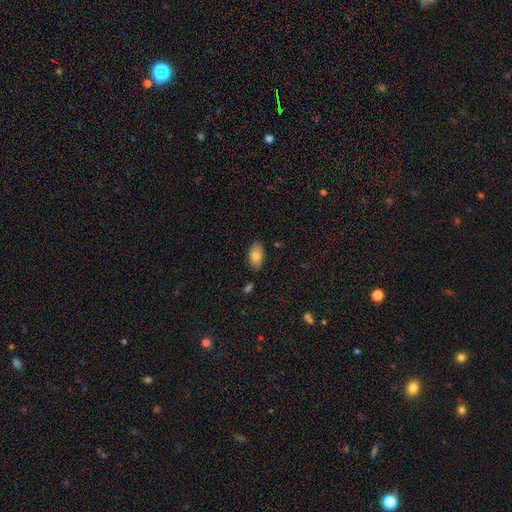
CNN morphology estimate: A smooth galaxy with no disk features (81%) that is in between round and cigar-shaped (93%).

Vote fractions:
- Smooth or featured? smooth: 81% / featured or disk: 11% / star or artifact: 7%
- How rounded? in between: 93% / round: 5% / cigar-shaped: 2%
- Merging? none: 83% / minor disturbance: 13% / major disturbance: 2% / merger: 2%